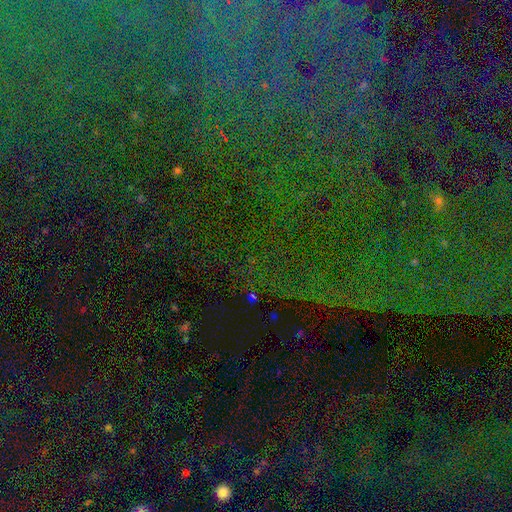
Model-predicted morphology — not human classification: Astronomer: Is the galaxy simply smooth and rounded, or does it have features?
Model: star or artifact — 80%.